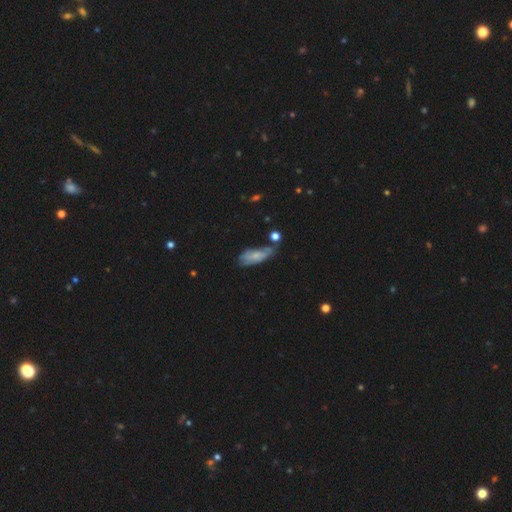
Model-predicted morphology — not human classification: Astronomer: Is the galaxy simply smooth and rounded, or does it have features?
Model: smooth — 54% (runner-up: featured or disk, 37%).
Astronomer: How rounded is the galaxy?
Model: in between — 75%.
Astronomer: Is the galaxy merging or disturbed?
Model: none — 39% (runner-up: minor disturbance, 34%).